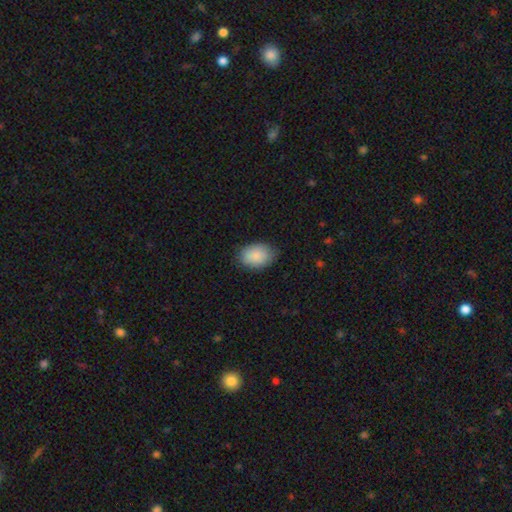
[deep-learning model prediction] Smooth or featured: smooth — 88% (star or artifact — 7%)
How rounded: in between — 84% (round — 15%)
Merging: none — 79% (minor disturbance — 17%)